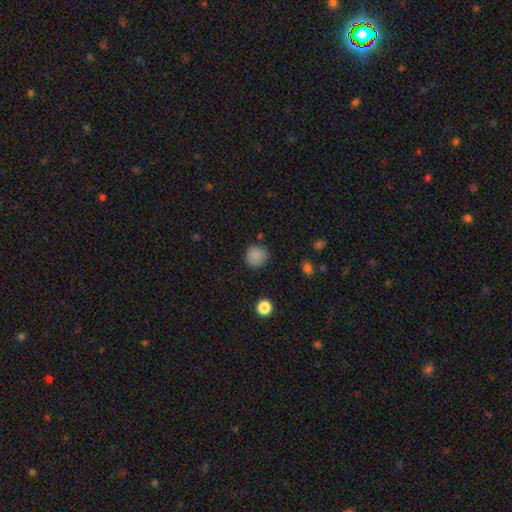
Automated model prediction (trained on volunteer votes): smooth 86%, star or artifact 10%, featured or disk 4%. Down the decision tree: how rounded — round (93%); merging — none (87%).